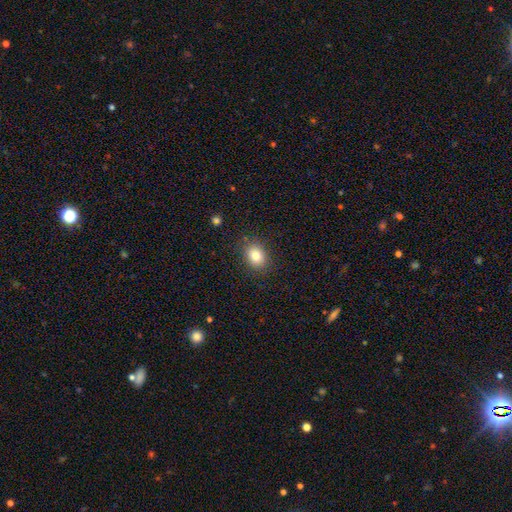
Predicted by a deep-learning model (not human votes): Q: Smooth or featured?
A: smooth (82%); runner-up: star or artifact (10%)
Q: How rounded?
A: in between (55%); runner-up: round (44%)
Q: Merging?
A: none (86%); runner-up: minor disturbance (10%)